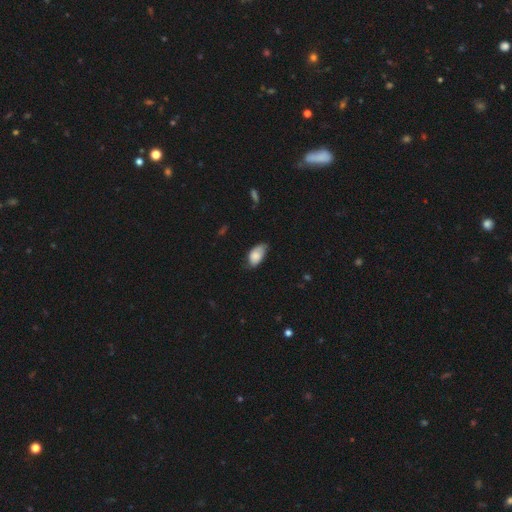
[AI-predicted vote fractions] smooth_or_featured: smooth (p=0.83) [alt: featured or disk p=0.10]
how_rounded: in between (p=0.94) [alt: round p=0.04]
merging: none (p=0.52) [alt: minor disturbance p=0.39]